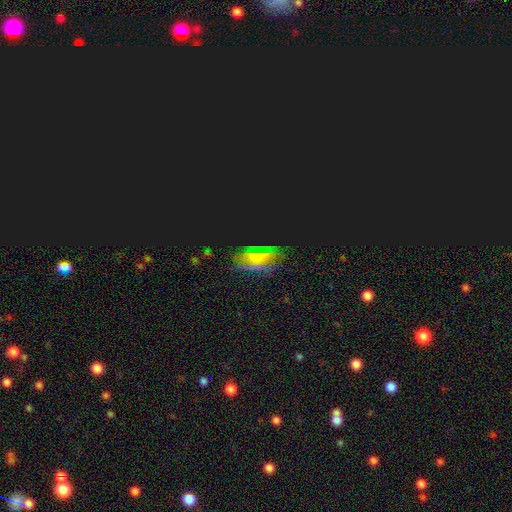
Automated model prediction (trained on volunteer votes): Q: Smooth or featured?
A: star or artifact (49%); runner-up: smooth (26%)